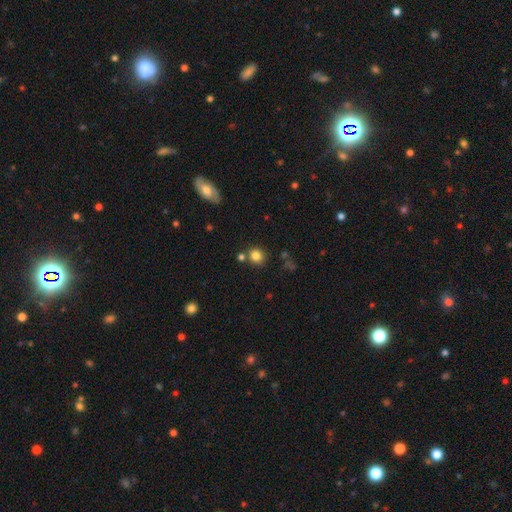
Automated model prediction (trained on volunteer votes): smooth_or_featured: smooth (p=0.82) [alt: star or artifact p=0.12]
how_rounded: round (p=0.83) [alt: in between p=0.16]
merging: none (p=0.76) [alt: merger p=0.11]